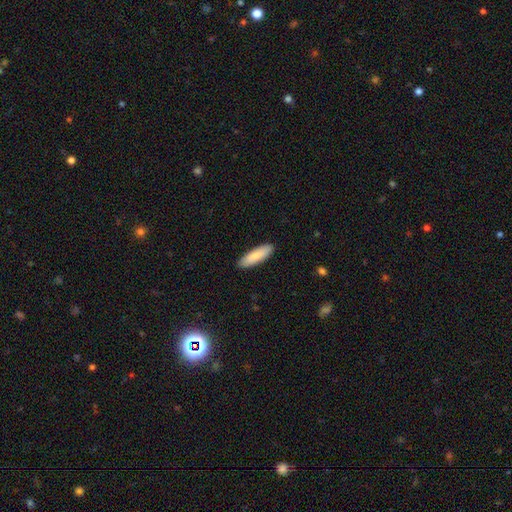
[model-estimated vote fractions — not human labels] smooth-or-featured: smooth: 84% | featured or disk: 11% | star or artifact: 5%
  how-rounded: cigar-shaped: 50% | in between: 48% | round: 1%
  merging: none: 90% | minor disturbance: 8% | major disturbance: 2% | merger: 1%